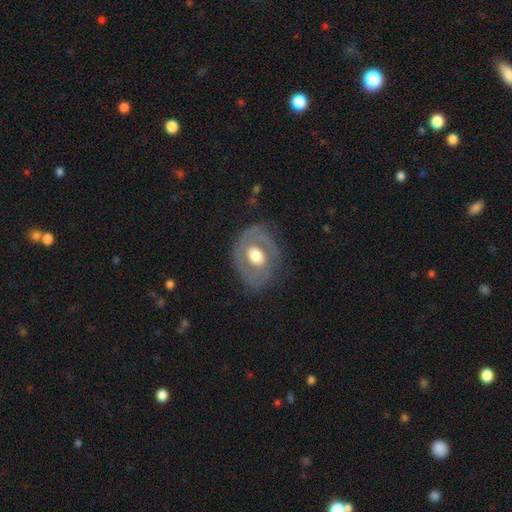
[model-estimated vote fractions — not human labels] This is possibly a featured or disk galaxy (58%). It is clearly not viewed edge-on (95%). Bar: likely no (78%). Spiral arm pattern: likely no (68%). Central bulge: possibly moderate (49%). Merging: likely none (68%).